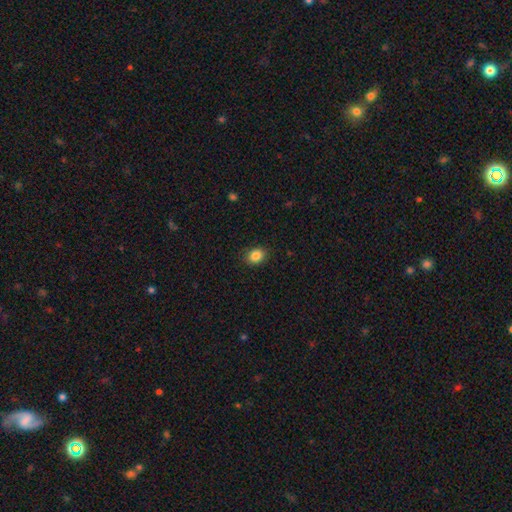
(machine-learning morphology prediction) A smooth galaxy with no disk features (86%) that is in between round and cigar-shaped (53%).

Vote fractions:
- Smooth or featured? smooth: 86% / star or artifact: 10% / featured or disk: 4%
- How rounded? in between: 53% / round: 46% / cigar-shaped: 1%
- Merging? none: 88% / minor disturbance: 9% / major disturbance: 2% / merger: 1%